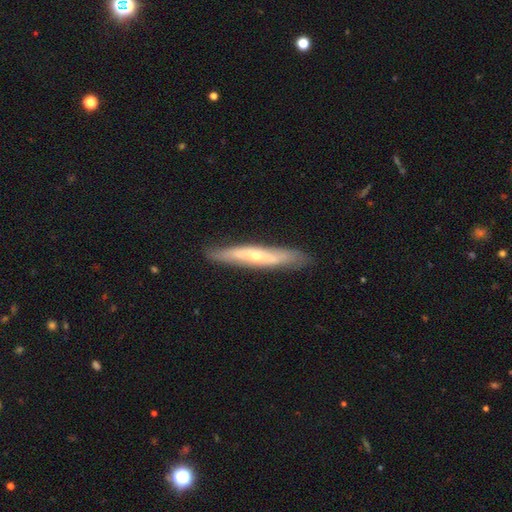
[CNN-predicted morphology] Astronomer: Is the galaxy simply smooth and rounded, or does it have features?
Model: featured or disk — 60%.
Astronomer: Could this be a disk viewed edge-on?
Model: yes — 72%.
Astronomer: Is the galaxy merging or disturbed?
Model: none — 86%.